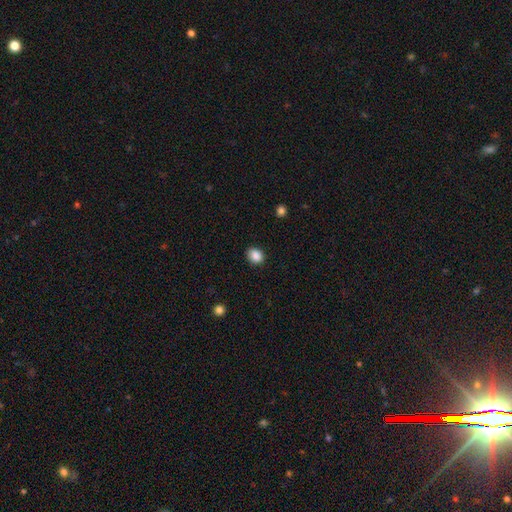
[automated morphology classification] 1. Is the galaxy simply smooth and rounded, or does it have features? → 88% smooth, 9% star or artifact, 3% featured or disk.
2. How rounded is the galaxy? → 57% round, 42% in between, 1% cigar-shaped.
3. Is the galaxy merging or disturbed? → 88% none, 8% minor disturbance, 2% major disturbance, 1% merger.